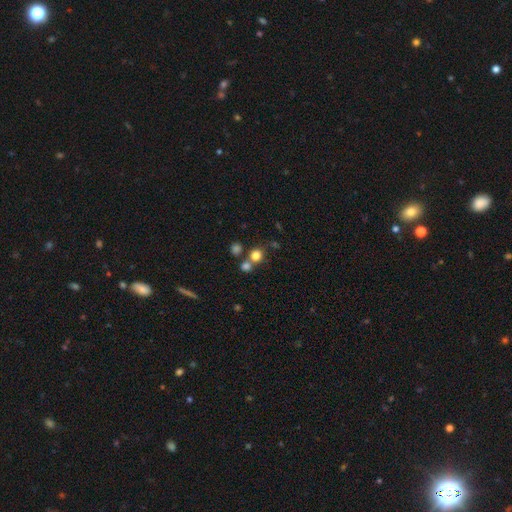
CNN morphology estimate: smooth-or-featured: smooth: 77% | star or artifact: 15% | featured or disk: 8%
  how-rounded: round: 87% | in between: 12% | cigar-shaped: 1%
  merging: none: 59% | merger: 30% | minor disturbance: 8% | major disturbance: 4%